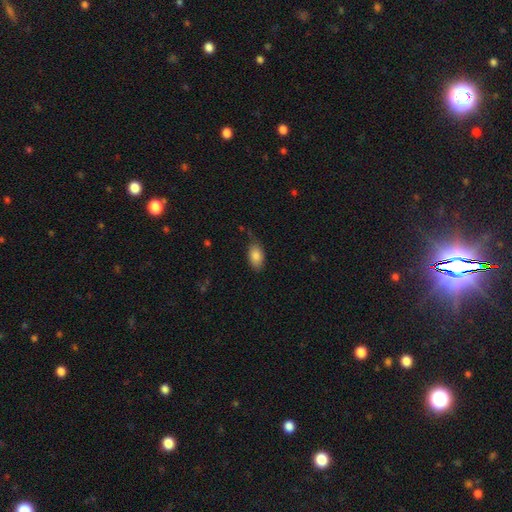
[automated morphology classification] A smooth galaxy with no disk features (85%) that is in between round and cigar-shaped (91%). Merging: none (67%).